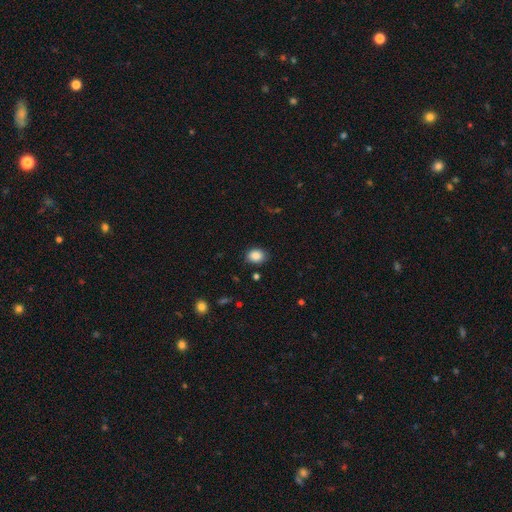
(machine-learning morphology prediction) This appears to be a smooth galaxy with no disk features (87%) that is in between round and cigar-shaped (50%, tied with round). Merging: none (84%).